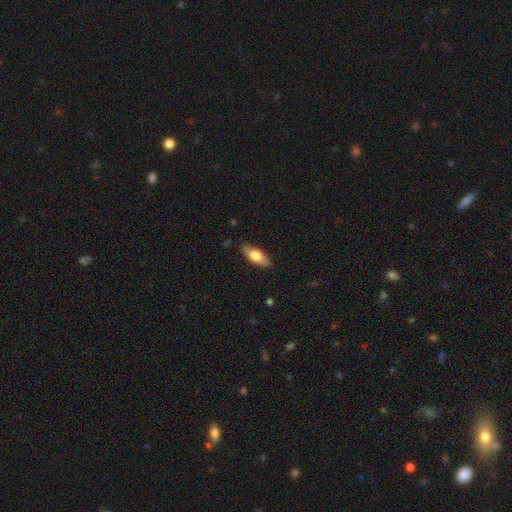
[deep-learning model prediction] This appears to be a smooth galaxy with no disk features (62%) that is in between round and cigar-shaped (74%). Merging: none (84%).